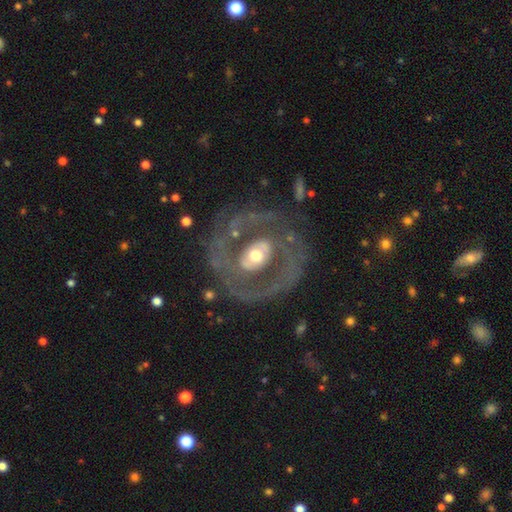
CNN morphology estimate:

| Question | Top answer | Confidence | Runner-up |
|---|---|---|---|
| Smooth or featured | featured or disk | 84% | smooth (11%) |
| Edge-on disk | no | 97% | yes (3%) |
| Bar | no | 45% | weak (33%) |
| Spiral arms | yes | 79% | no (21%) |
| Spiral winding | medium | 45% | tight (35%) |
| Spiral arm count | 2 | 73% | can't tell (11%) |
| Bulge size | moderate | 64% | small (17%) |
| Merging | none | 69% | minor disturbance (14%) |